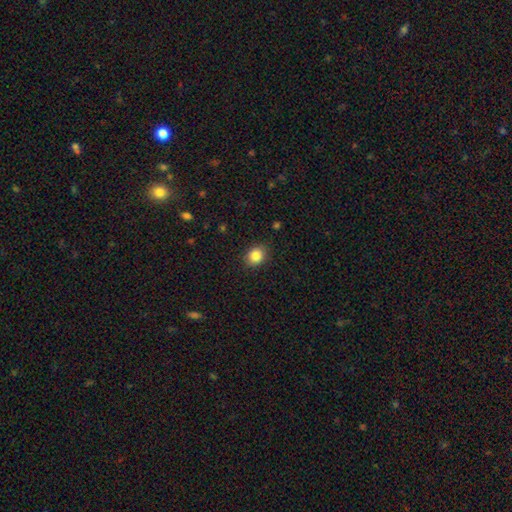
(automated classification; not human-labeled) A smooth galaxy with no disk features (85%) that is round (62%).

Vote fractions:
- Smooth or featured? smooth: 85% / star or artifact: 9% / featured or disk: 6%
- How rounded? round: 62% / in between: 37% / cigar-shaped: 1%
- Merging? none: 87% / minor disturbance: 9% / major disturbance: 2% / merger: 1%